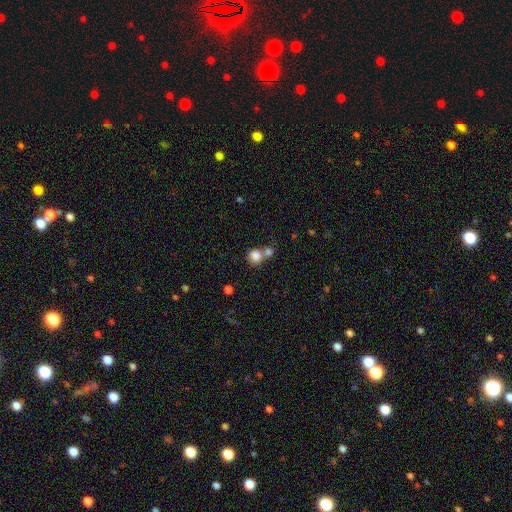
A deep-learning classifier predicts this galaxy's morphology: smooth_or_featured: smooth (p=0.83) [alt: star or artifact p=0.10]
how_rounded: round (p=0.86) [alt: in between p=0.13]
merging: none (p=0.44) [tied with: merger p=0.44]